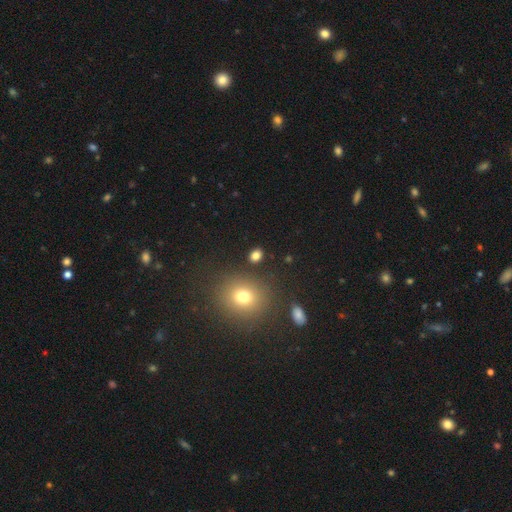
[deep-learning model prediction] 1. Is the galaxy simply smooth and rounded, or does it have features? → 80% smooth, 15% star or artifact, 6% featured or disk.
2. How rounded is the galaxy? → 52% in between, 46% round, 2% cigar-shaped.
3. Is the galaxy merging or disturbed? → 86% none, 8% minor disturbance, 3% merger, 3% major disturbance.